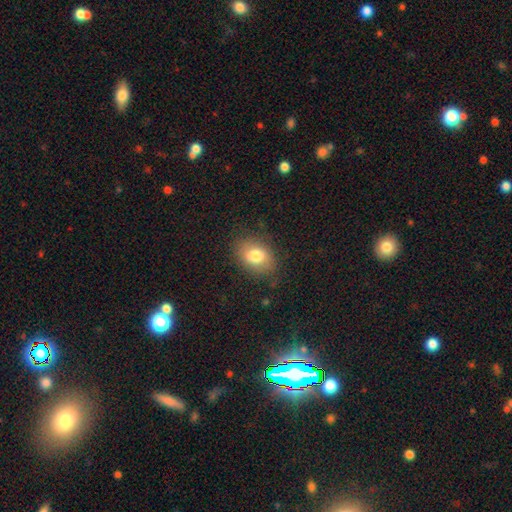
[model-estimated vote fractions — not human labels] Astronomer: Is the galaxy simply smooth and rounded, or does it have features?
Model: smooth — 79%.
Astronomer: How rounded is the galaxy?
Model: in between — 71%.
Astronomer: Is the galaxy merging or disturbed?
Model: none — 80%.